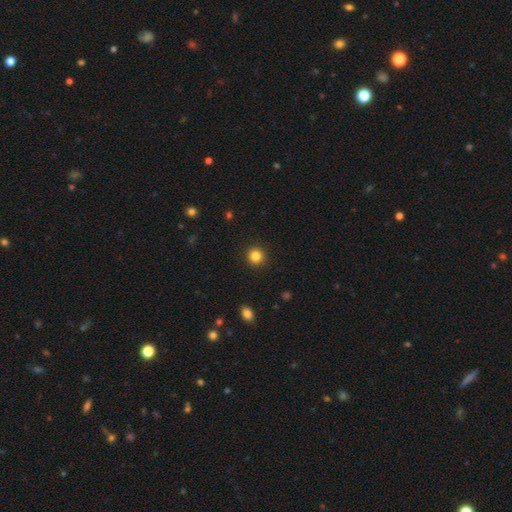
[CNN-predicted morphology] type=smooth (83%); roundness=round (94%); merging=none (92%).